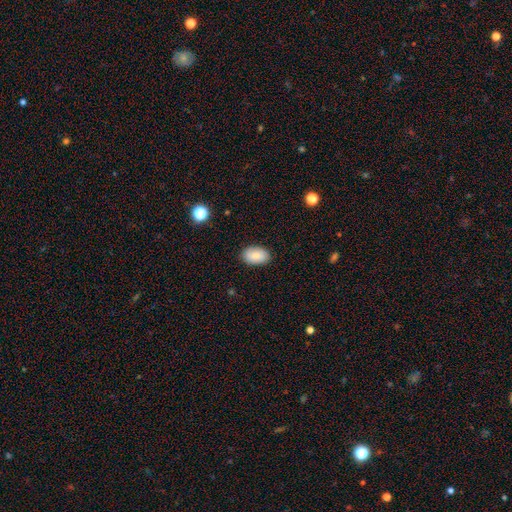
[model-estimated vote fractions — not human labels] Smooth or featured: smooth — 80% (featured or disk — 13%)
How rounded: in between — 91% (round — 8%)
Merging: none — 87% (minor disturbance — 10%)